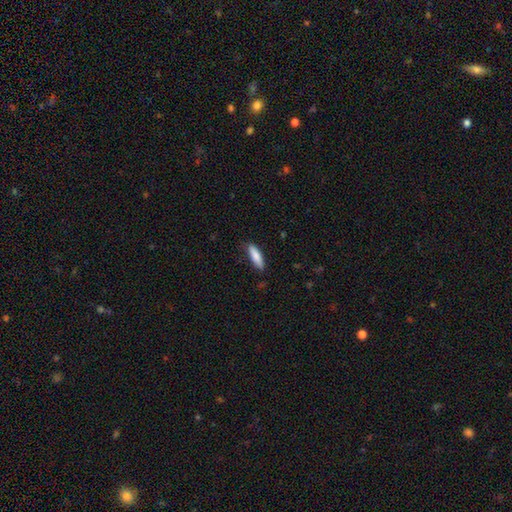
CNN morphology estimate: Smooth or featured? Predicted: smooth (p=0.84). How rounded? Predicted: cigar-shaped (p=0.61). Merging? Predicted: none (p=0.83).